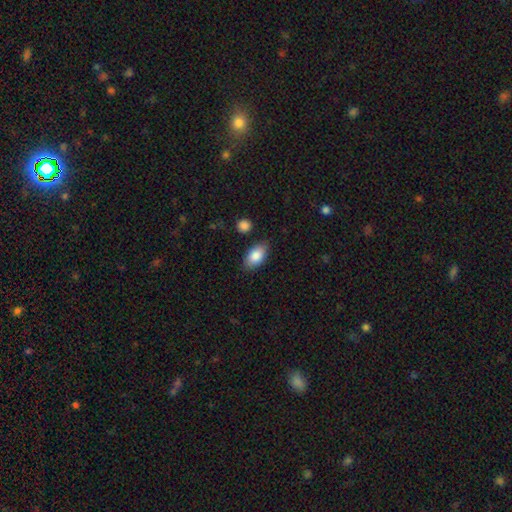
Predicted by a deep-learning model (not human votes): A smooth galaxy with no disk features (85%) that is in between round and cigar-shaped (92%). Merging: none (83%).